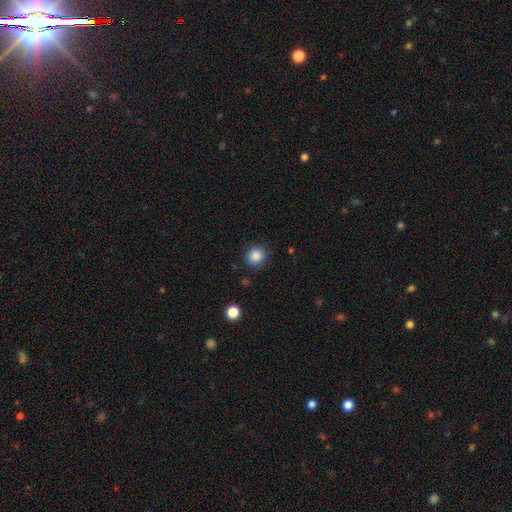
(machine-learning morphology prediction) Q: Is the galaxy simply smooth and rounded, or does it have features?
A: smooth — 86%.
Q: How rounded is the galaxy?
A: round — 86%.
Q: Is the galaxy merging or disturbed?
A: none — 88%.